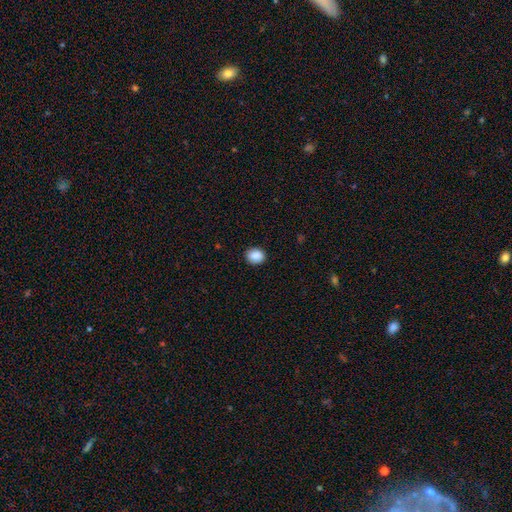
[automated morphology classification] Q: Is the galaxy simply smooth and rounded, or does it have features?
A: smooth — 89%.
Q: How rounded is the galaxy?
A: round — 63%.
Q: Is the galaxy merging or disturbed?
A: none — 89%.